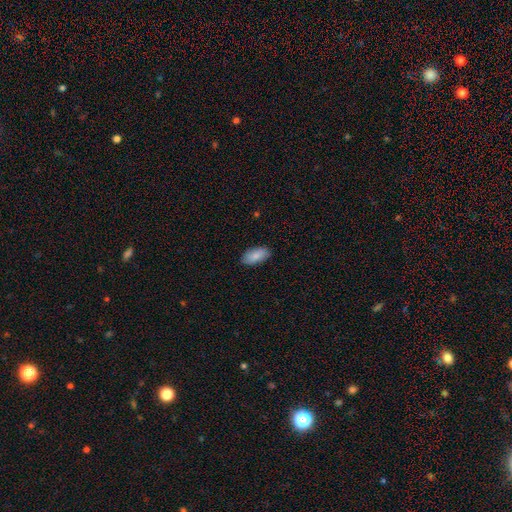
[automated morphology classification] A smooth galaxy with no disk features (85%) that is in between round and cigar-shaped (93%). Merging: none (86%).